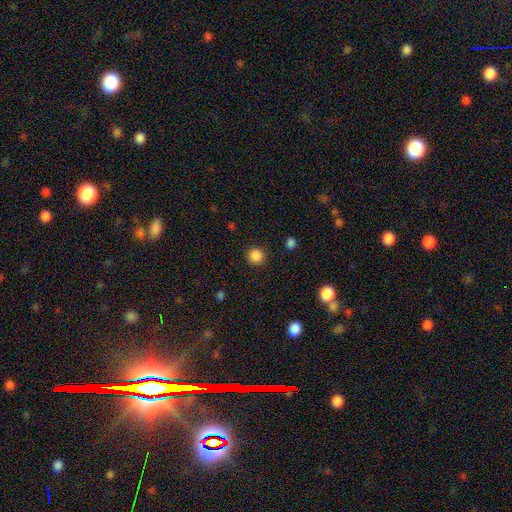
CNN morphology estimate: The model was most divided on "smooth or featured": smooth: 87%, star or artifact: 11%, featured or disk: 3%. More confident: how rounded — round (95%); merging — none (91%).